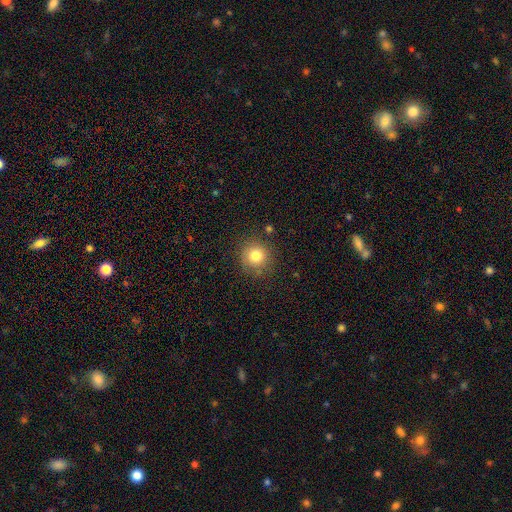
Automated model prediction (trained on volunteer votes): smooth_or_featured: smooth (p=0.79) [alt: star or artifact p=0.13]
how_rounded: round (p=0.93) [alt: in between p=0.06]
merging: none (p=0.84) [alt: minor disturbance p=0.10]